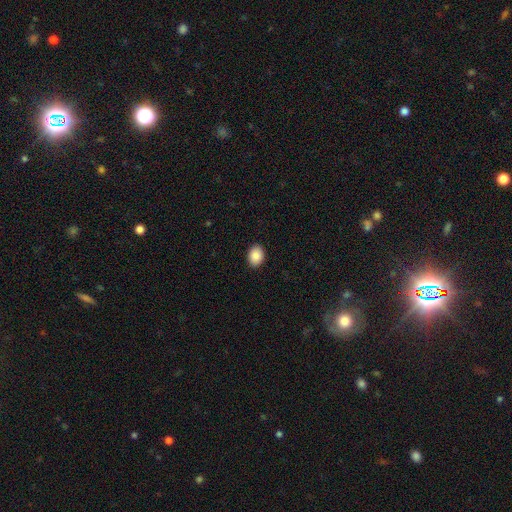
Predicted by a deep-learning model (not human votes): A smooth galaxy with no disk features (90%) that is in between round and cigar-shaped (68%). Merging: none (90%).